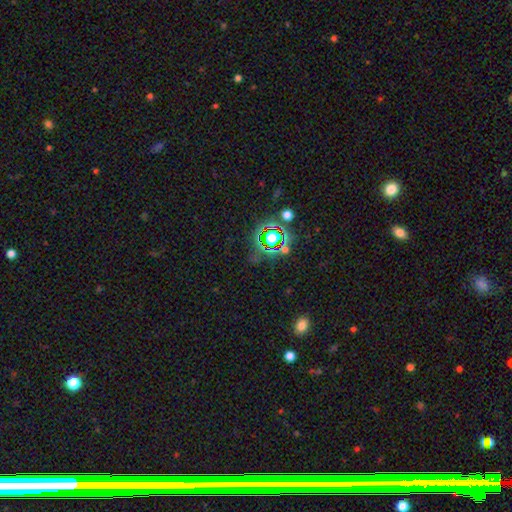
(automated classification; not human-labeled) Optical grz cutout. It shows a star or artifact, not a galaxy (75%).